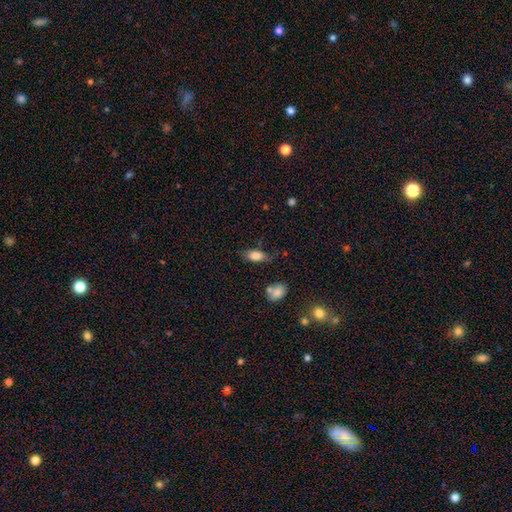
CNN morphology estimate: This is clearly a smooth galaxy (81%). How rounded: clearly in between (86%). Merging: likely none (60%).